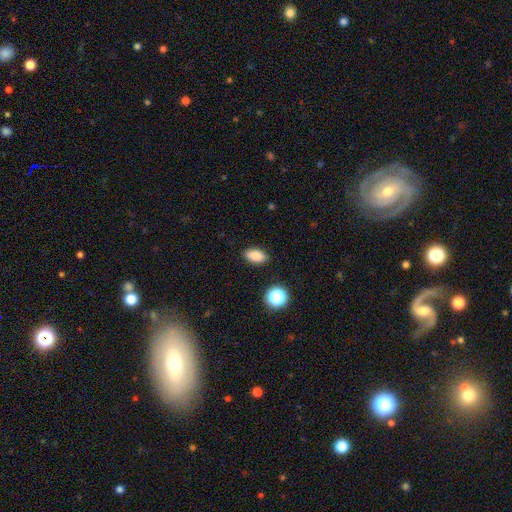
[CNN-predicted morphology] smooth 84%, star or artifact 10%, featured or disk 6%. Down the decision tree: how rounded — in between (89%); merging — none (88%).